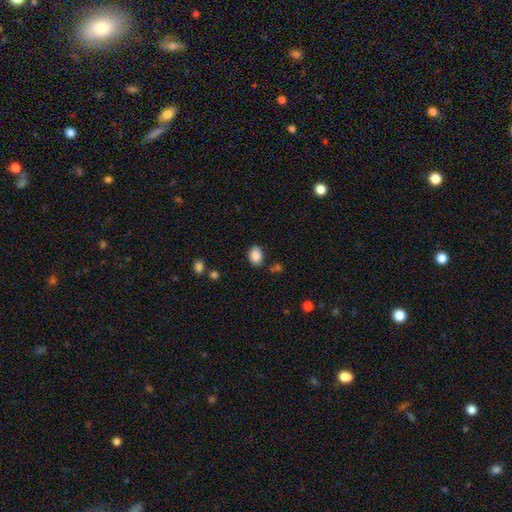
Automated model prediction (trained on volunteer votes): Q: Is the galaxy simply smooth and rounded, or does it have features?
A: smooth — 88%.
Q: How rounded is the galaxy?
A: in between — 76%.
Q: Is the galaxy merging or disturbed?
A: none — 79%.